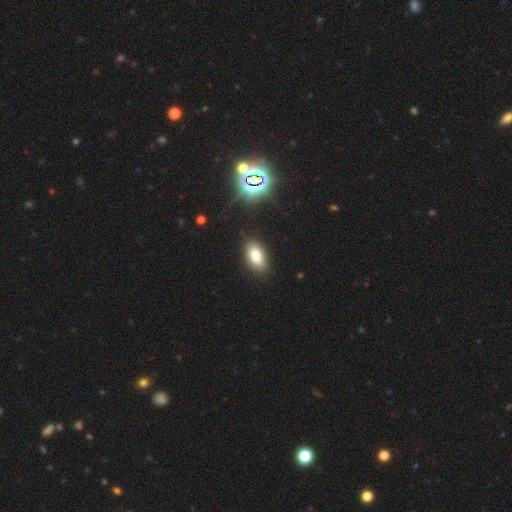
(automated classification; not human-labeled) Smooth or featured: smooth — 80% (star or artifact — 12%)
How rounded: in between — 92% (round — 4%)
Merging: none — 87% (minor disturbance — 10%)